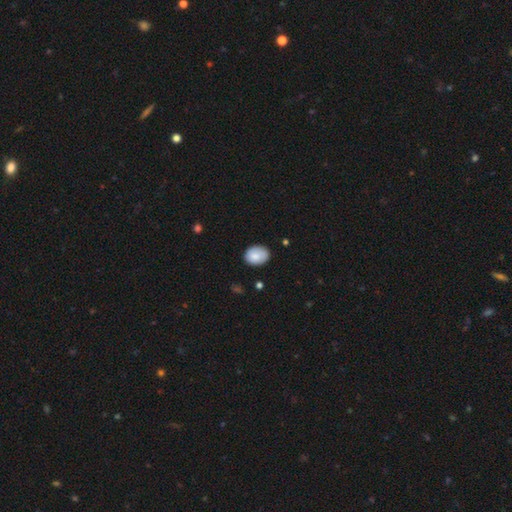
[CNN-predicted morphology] Q: Smooth or featured?
A: smooth (86%); runner-up: featured or disk (8%)
Q: How rounded?
A: in between (65%); runner-up: round (34%)
Q: Merging?
A: none (80%); runner-up: minor disturbance (16%)